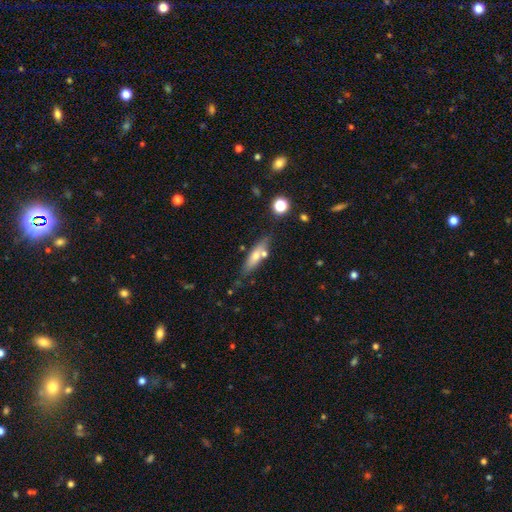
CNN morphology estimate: Smooth or featured? smooth (58%)
How rounded? cigar-shaped (65%)
Merging? none (71%)